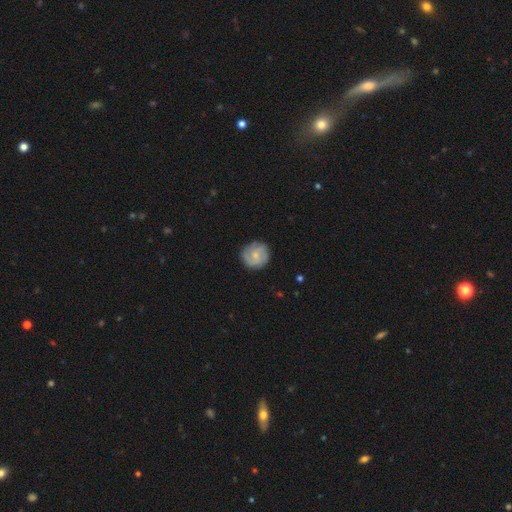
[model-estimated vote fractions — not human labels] This appears to be a featured or disk galaxy (61%) with no bar (60%), 2 (36%) tight (48%) spiral arms (91%) and a small central bulge (58%). Merging: none (83%).